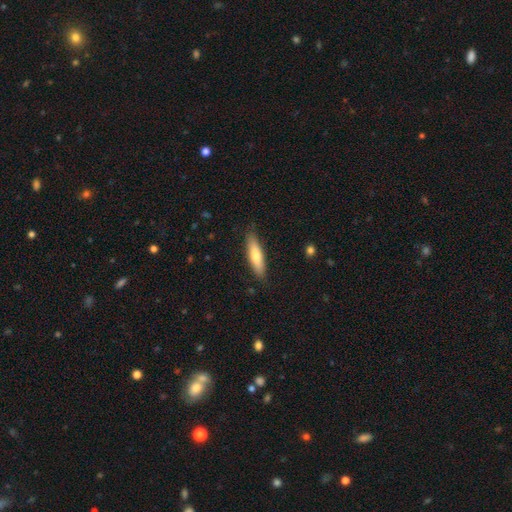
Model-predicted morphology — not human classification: type=smooth (70%); roundness=cigar-shaped (68%); merging=none (86%).